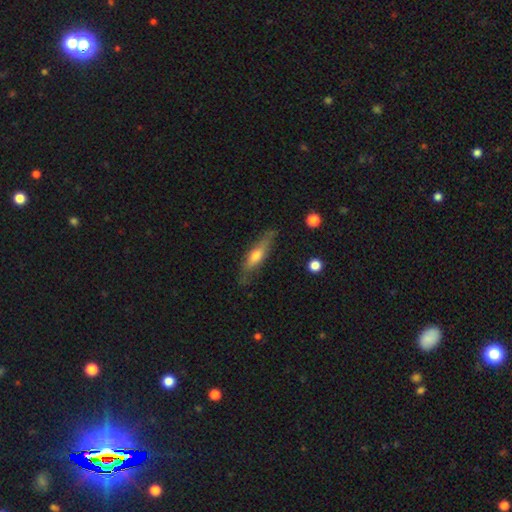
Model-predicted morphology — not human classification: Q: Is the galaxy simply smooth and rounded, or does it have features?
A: featured or disk — 47%.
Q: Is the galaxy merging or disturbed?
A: none — 74%.